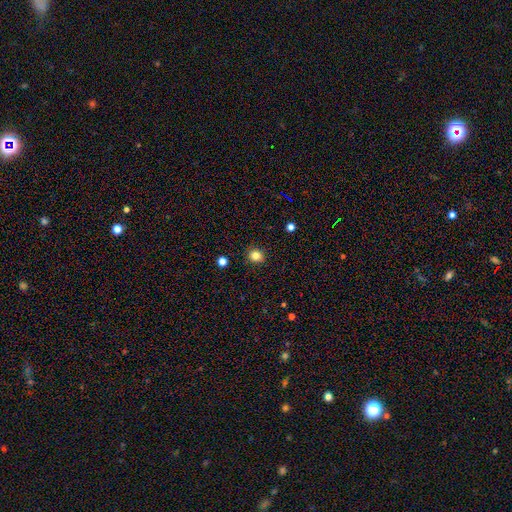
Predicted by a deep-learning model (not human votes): A smooth galaxy with no disk features (82%) that is round (87%).

Vote fractions:
- Smooth or featured? smooth: 82% / star or artifact: 12% / featured or disk: 5%
- How rounded? round: 87% / in between: 12% / cigar-shaped: 1%
- Merging? none: 91% / minor disturbance: 6% / major disturbance: 2% / merger: 1%